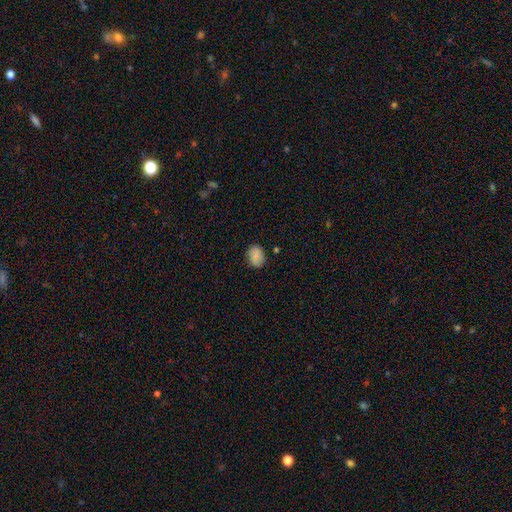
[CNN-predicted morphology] This is clearly a smooth galaxy (85%). How rounded: likely in between (64%). Merging: likely none (78%).